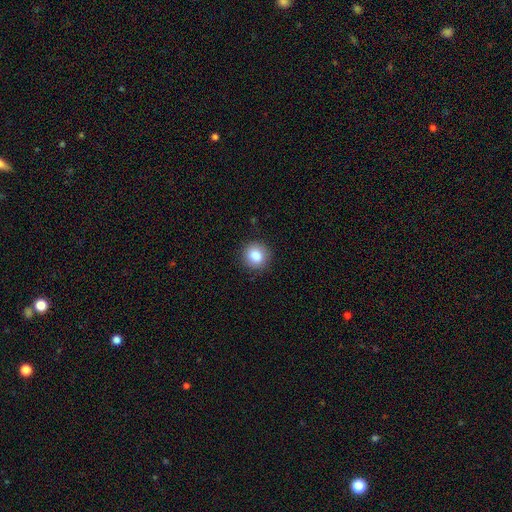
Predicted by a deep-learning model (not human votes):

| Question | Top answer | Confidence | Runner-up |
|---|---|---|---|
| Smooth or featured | smooth | 84% | star or artifact (10%) |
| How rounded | round | 91% | in between (8%) |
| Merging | none | 90% | minor disturbance (7%) |